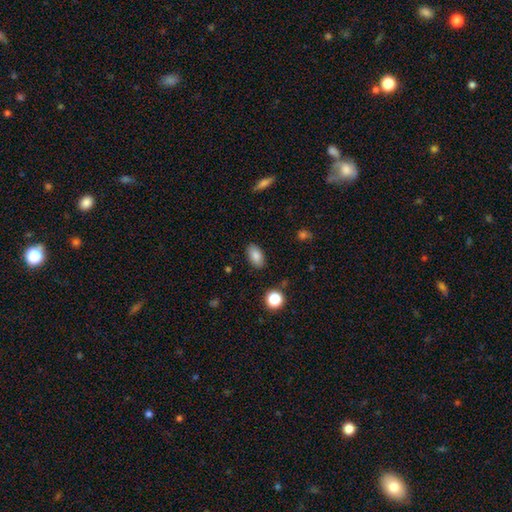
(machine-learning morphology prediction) Smooth or featured? smooth (85%)
How rounded? in between (92%)
Merging? none (87%)